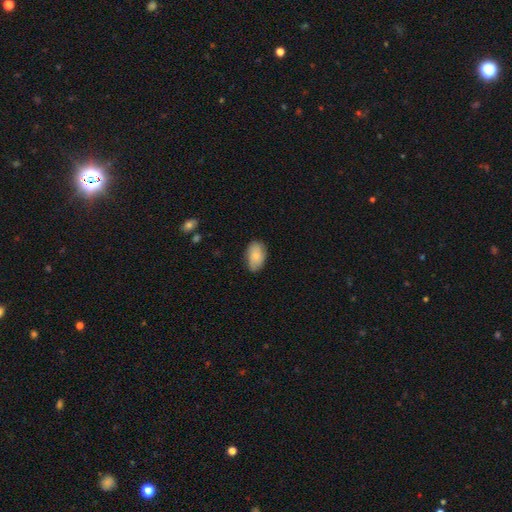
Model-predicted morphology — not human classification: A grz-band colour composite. It shows a smooth galaxy with no disk features (79%) that is in between round and cigar-shaped (92%). Merging: none (74%).